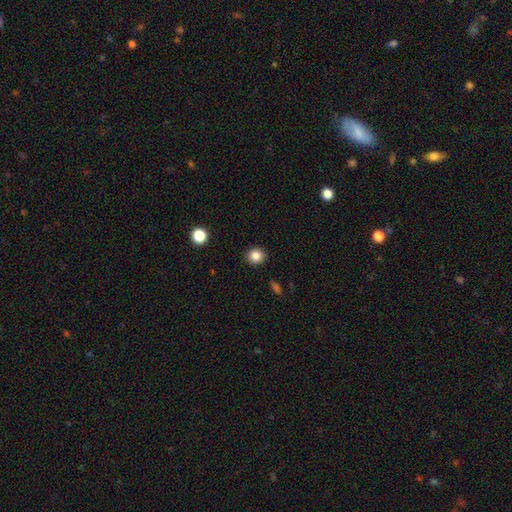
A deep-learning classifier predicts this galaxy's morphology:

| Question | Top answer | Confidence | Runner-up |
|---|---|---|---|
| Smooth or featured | smooth | 84% | star or artifact (11%) |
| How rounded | round | 85% | in between (14%) |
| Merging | none | 91% | minor disturbance (6%) |